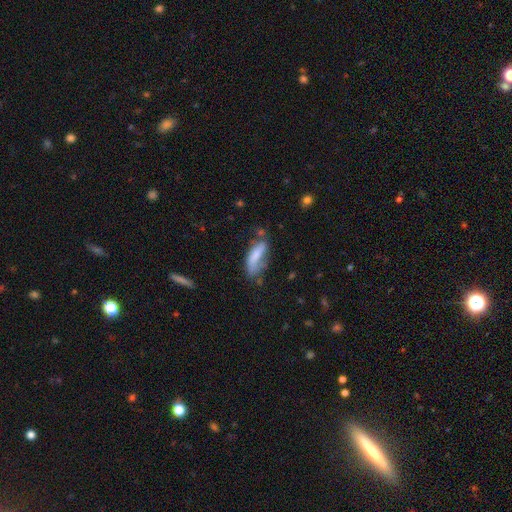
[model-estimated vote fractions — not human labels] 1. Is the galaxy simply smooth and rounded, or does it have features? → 68% smooth, 24% featured or disk, 8% star or artifact.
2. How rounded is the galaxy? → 61% in between, 37% cigar-shaped, 2% round.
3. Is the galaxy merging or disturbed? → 37% none, 31% minor disturbance, 22% major disturbance, 10% merger.